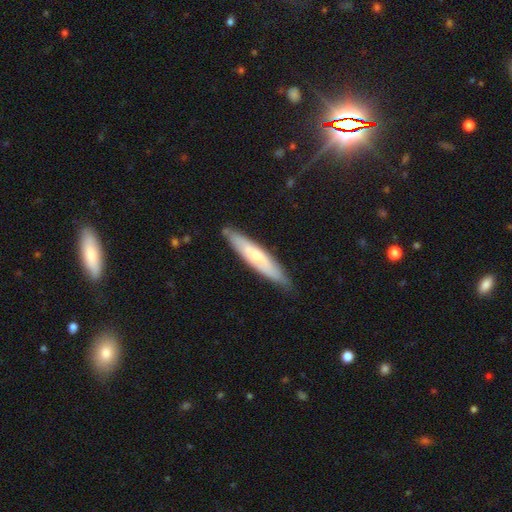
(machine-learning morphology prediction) A featured or disk galaxy (49%).

Vote fractions:
- Smooth or featured? featured or disk: 49% / smooth: 46% / star or artifact: 5%
- Merging? none: 82% / minor disturbance: 14% / major disturbance: 2% / merger: 2%